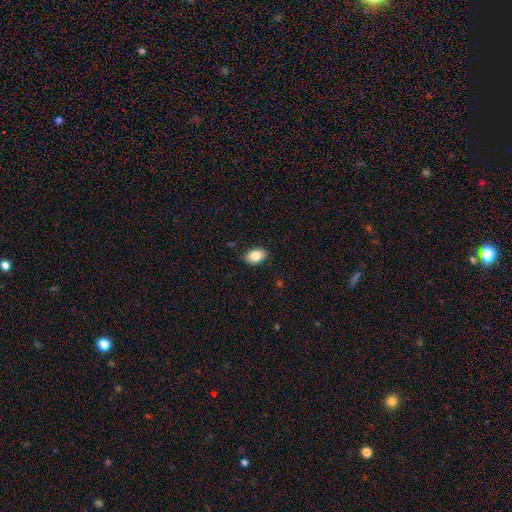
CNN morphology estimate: Smooth or featured? smooth (86%)
How rounded? in between (87%)
Merging? none (86%)